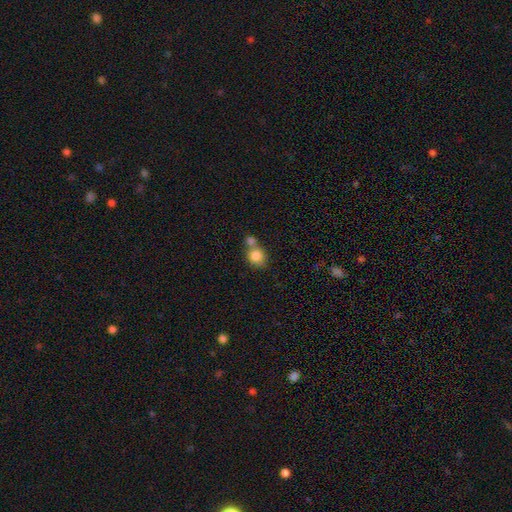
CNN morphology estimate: type=smooth (82%); roundness=round (78%); merging=merger (47%).